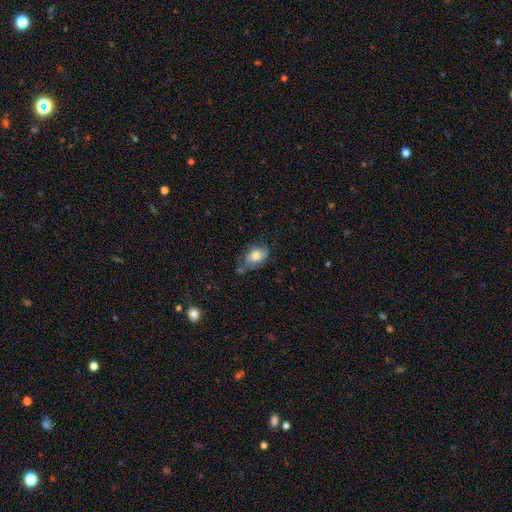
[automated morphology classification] Overall: smooth (61%; featured or disk 30%). How rounded: in between (84%). Merging: none (49%; minor disturbance 33%).